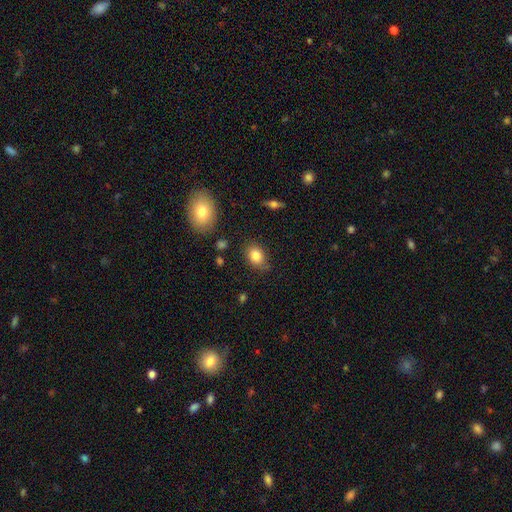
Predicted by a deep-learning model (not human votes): Q: Smooth or featured?
A: smooth (83%); runner-up: star or artifact (9%)
Q: How rounded?
A: in between (69%); runner-up: round (29%)
Q: Merging?
A: none (75%); runner-up: minor disturbance (18%)